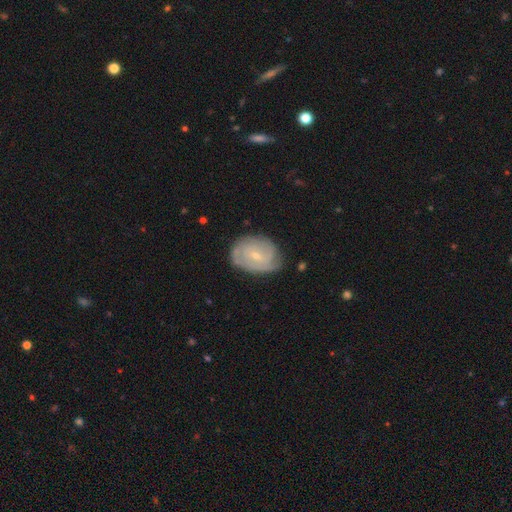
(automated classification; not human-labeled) This appears to be a featured or disk galaxy (68%) with no bar (49%), tight (63%) spiral arms (84%) and a small central bulge (71%). Merging: none (66%).